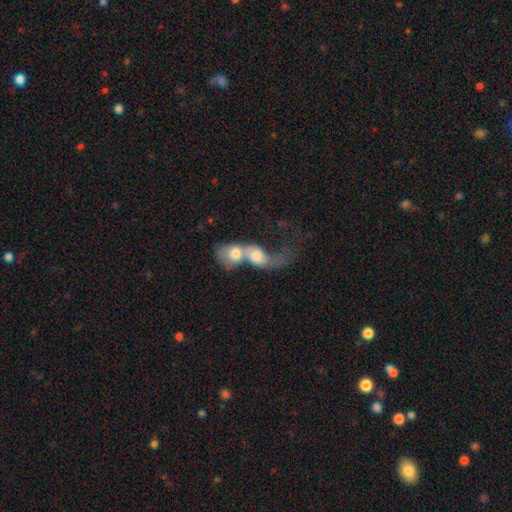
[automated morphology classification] Smooth or featured? smooth (57%)
How rounded? in between (53%)
Merging? merger (82%)